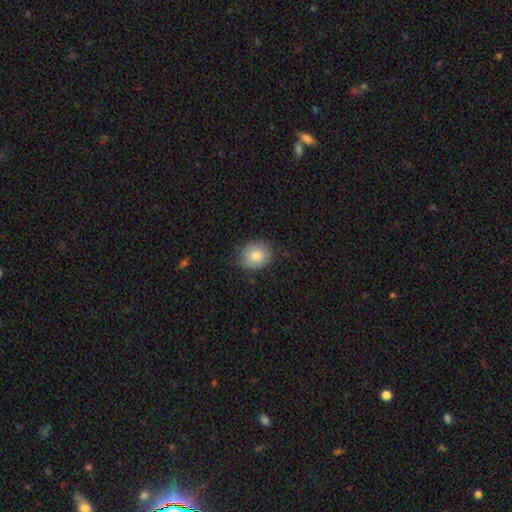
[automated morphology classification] smooth-or-featured: smooth: 81% | featured or disk: 11% | star or artifact: 8%
  how-rounded: round: 68% | in between: 31% | cigar-shaped: 1%
  merging: none: 76% | minor disturbance: 19% | major disturbance: 4% | merger: 1%